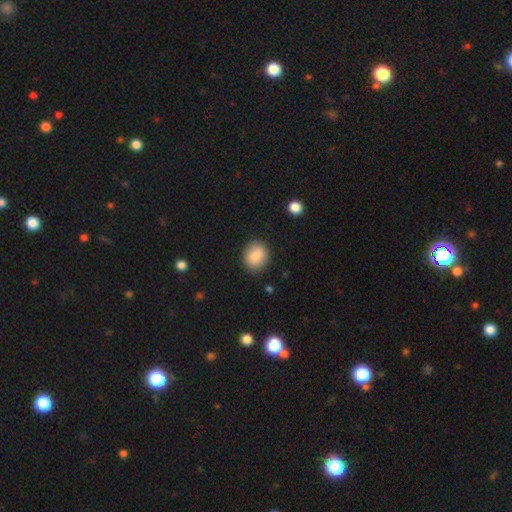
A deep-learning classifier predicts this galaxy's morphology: Smooth or featured: smooth — 87% (star or artifact — 8%)
How rounded: round — 62% (in between — 37%)
Merging: none — 86% (minor disturbance — 10%)